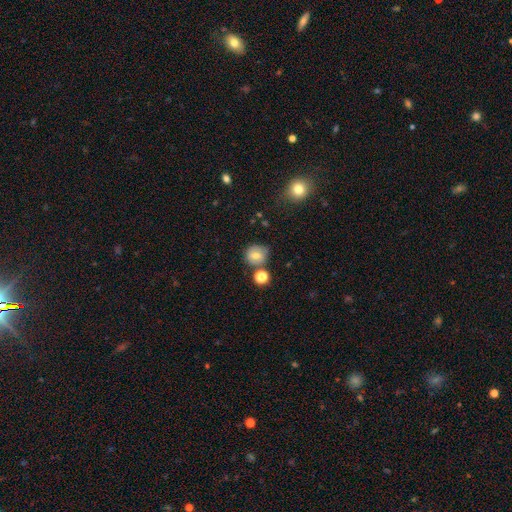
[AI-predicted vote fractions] smooth-or-featured: smooth: 70% | featured or disk: 17% | star or artifact: 13%
  how-rounded: round: 83% | in between: 16% | cigar-shaped: 1%
  merging: none: 69% | minor disturbance: 15% | merger: 12% | major disturbance: 4%